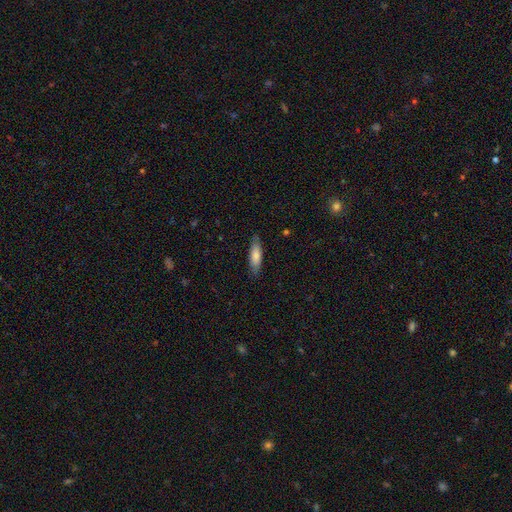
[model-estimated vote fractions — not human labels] Overall: smooth (78%). How rounded: cigar-shaped (59%; in between 40%). Merging: none (84%).